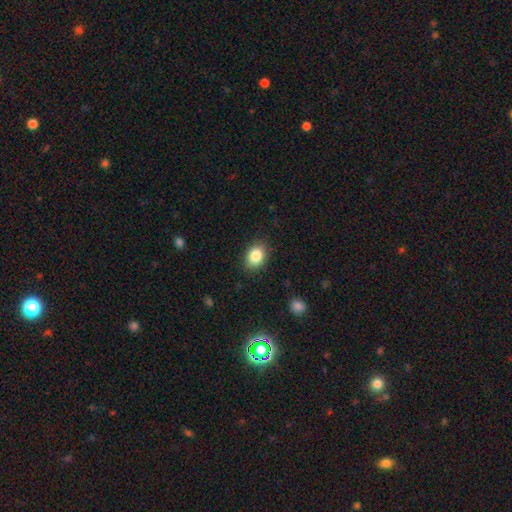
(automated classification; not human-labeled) A smooth galaxy with no disk features (85%) that is in between round and cigar-shaped (68%). Merging: none (87%).